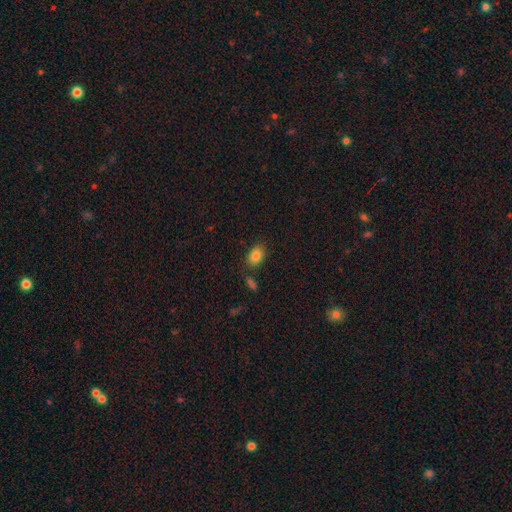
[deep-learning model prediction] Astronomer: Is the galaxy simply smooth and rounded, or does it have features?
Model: smooth — 84%.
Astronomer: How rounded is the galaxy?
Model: in between — 79%.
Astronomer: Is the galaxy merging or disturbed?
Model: none — 80%.